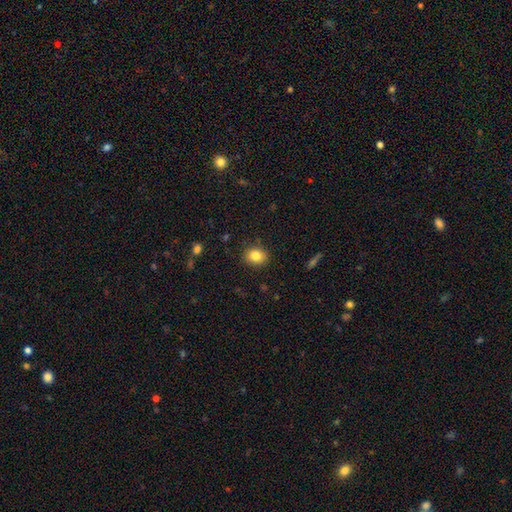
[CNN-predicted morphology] A smooth galaxy with no disk features (83%) that is round (60%).

Vote fractions:
- Smooth or featured? smooth: 83% / star or artifact: 10% / featured or disk: 7%
- How rounded? round: 60% / in between: 39% / cigar-shaped: 1%
- Merging? none: 88% / minor disturbance: 8% / major disturbance: 2% / merger: 1%